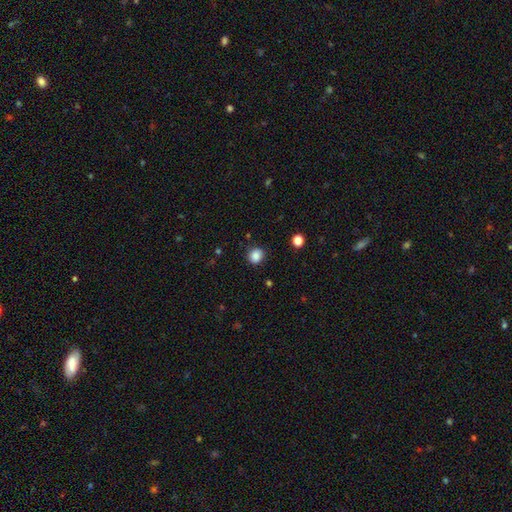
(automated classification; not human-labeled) A smooth galaxy with no disk features (86%) that is round (77%).

Vote fractions:
- Smooth or featured? smooth: 86% / star or artifact: 10% / featured or disk: 4%
- How rounded? round: 77% / in between: 22% / cigar-shaped: 1%
- Merging? none: 84% / minor disturbance: 12% / major disturbance: 3% / merger: 2%